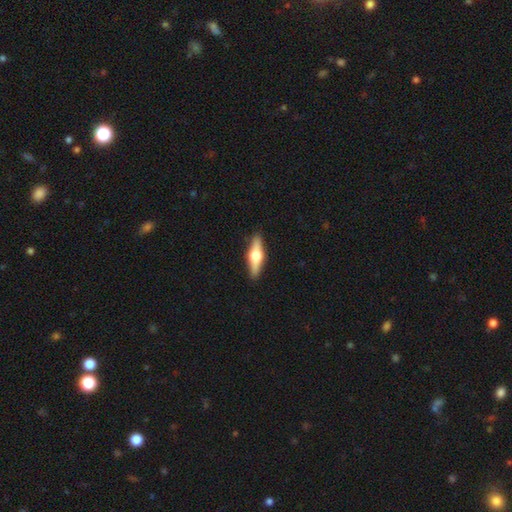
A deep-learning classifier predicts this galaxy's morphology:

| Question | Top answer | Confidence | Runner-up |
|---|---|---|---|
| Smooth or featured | featured or disk | 62% | smooth (33%) |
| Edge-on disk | yes | 96% | no (4%) |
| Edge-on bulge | rounded | 96% | boxy (3%) |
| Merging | none | 91% | minor disturbance (7%) |